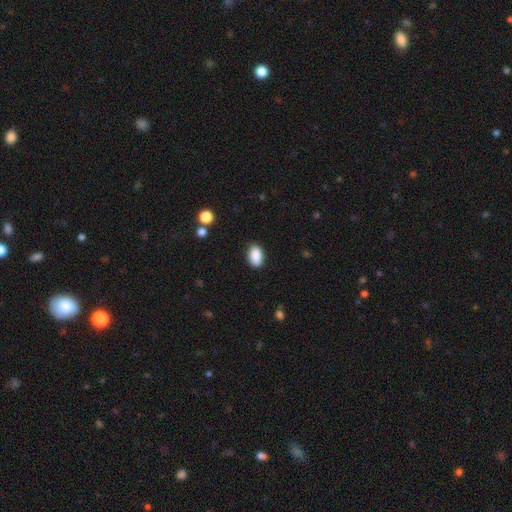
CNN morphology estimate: Q: Smooth or featured?
A: smooth (89%); runner-up: star or artifact (7%)
Q: How rounded?
A: in between (92%); runner-up: round (6%)
Q: Merging?
A: none (87%); runner-up: minor disturbance (10%)